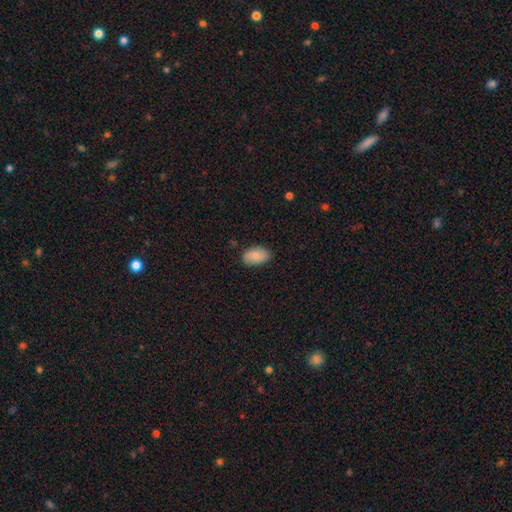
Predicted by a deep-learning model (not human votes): This is likely a smooth galaxy (76%). How rounded: clearly in between (92%). Merging: likely none (79%).